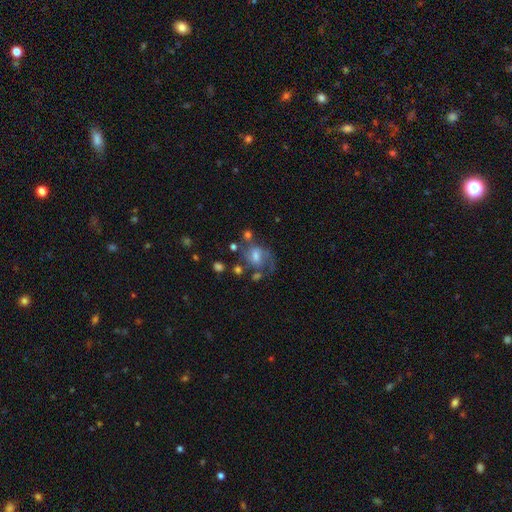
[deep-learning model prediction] smooth-or-featured: featured or disk: 64% | smooth: 24% | star or artifact: 12%
  disk-edge-on: no: 97% | yes: 3%
    bar: no: 47% | weak: 43% | strong: 10%
    has-spiral-arms: yes: 78% | no: 22%
    bulge-size: moderate: 53% | small: 28% | large: 11% | none: 7% | dominant: 2%
  merging: none: 43% | major disturbance: 23% | minor disturbance: 20% | merger: 14%